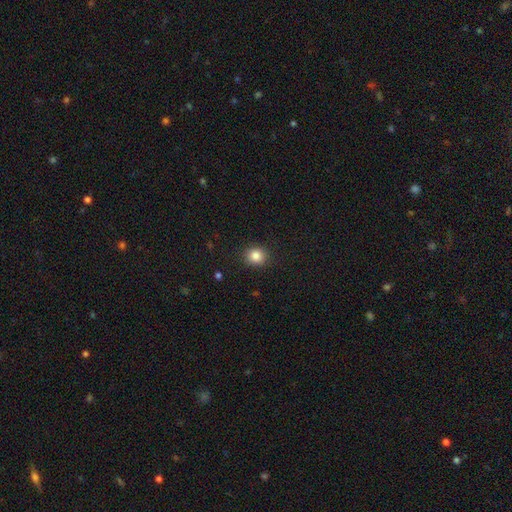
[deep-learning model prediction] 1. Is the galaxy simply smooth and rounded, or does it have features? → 85% smooth, 10% star or artifact, 5% featured or disk.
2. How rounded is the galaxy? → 83% round, 17% in between, 1% cigar-shaped.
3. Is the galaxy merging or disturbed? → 90% none, 7% minor disturbance, 2% major disturbance, 1% merger.